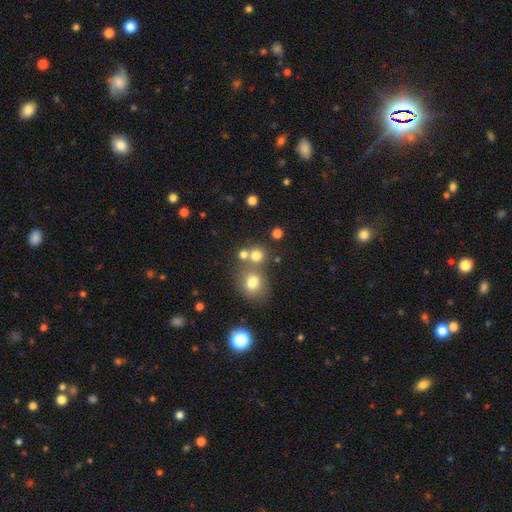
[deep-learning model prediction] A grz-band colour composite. It shows a smooth galaxy with no disk features (73%) that is round (85%). Merging: none (58%).